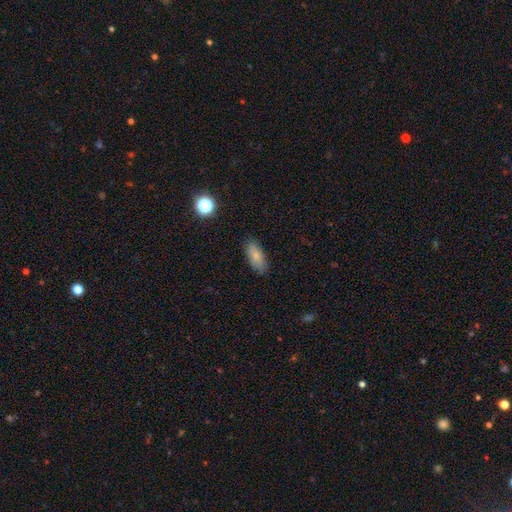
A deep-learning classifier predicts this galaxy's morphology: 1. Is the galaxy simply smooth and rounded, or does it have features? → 80% smooth, 12% featured or disk, 8% star or artifact.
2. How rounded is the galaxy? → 82% in between, 15% cigar-shaped, 3% round.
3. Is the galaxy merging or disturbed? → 83% none, 13% minor disturbance, 3% major disturbance, 1% merger.